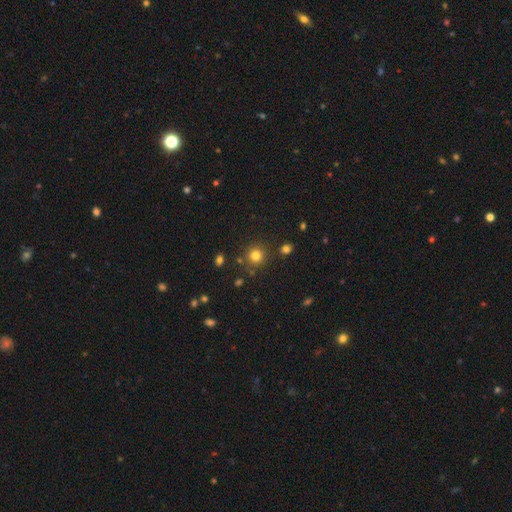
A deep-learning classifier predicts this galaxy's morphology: Overall: smooth (79%). How rounded: round (93%). Merging: none (83%).